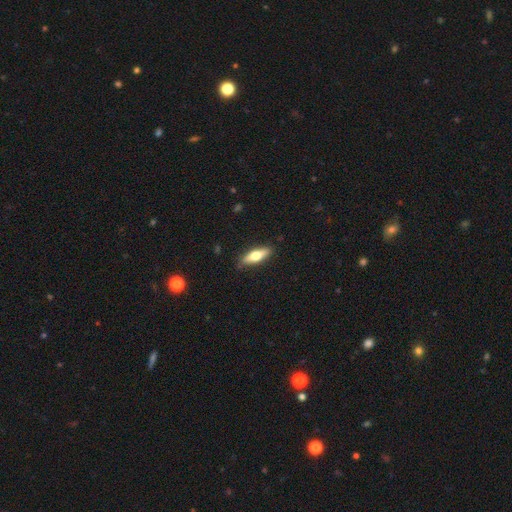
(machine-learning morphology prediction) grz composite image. It shows a smooth galaxy with no disk features (60%) that is in between round and cigar-shaped (50%). Merging: none (87%).